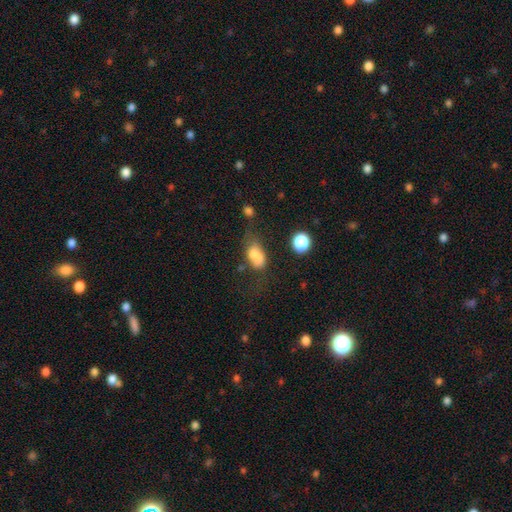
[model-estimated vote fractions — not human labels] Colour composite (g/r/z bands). It shows a smooth galaxy with no disk features (74%) that is in between round and cigar-shaped (83%). Merging: none (29%).